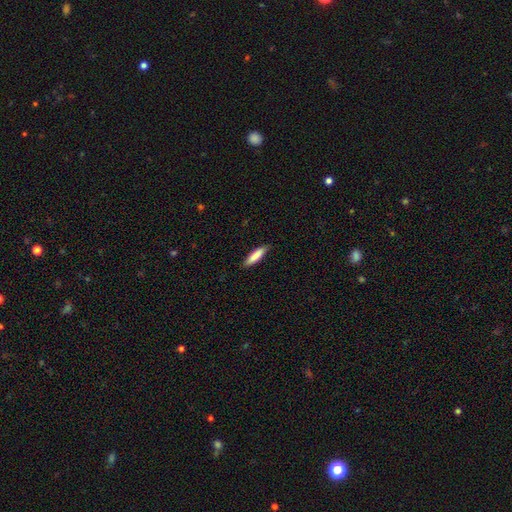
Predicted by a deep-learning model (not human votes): Smooth or featured?
  - smooth: 84% *
  - featured or disk: 10%
  - star or artifact: 6%
How rounded?
  - cigar-shaped: 75% *
  - in between: 23%
  - round: 1%
Merging?
  - none: 85% *
  - minor disturbance: 11%
  - major disturbance: 2%
  - merger: 1%